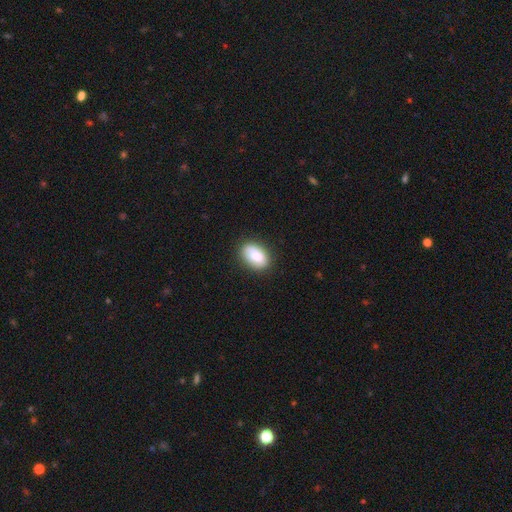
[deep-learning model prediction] Smooth or featured? smooth (81%)
How rounded? in between (89%)
Merging? none (76%)